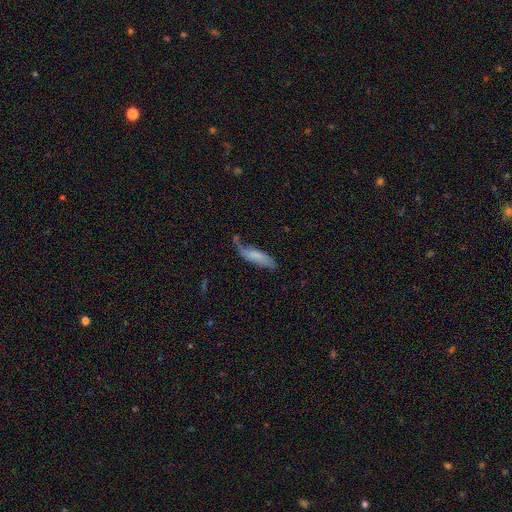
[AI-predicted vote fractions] A smooth galaxy with no disk features (60%) that is cigar-shaped (52%).

Vote fractions:
- Smooth or featured? smooth: 60% / featured or disk: 33% / star or artifact: 7%
- How rounded? cigar-shaped: 52% / in between: 46% / round: 2%
- Merging? none: 38% / minor disturbance: 33% / major disturbance: 21% / merger: 8%